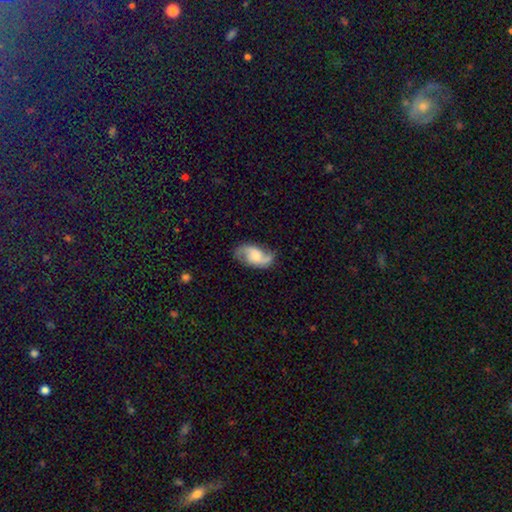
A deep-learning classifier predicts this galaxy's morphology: The model was most divided on "bulge size": moderate: 48%, small: 36%, large: 8%, none: 7%, dominant: 2%. More confident: edge-on disk — no (97%); spiral arms — yes (96%); spiral arm count — 2 (91%); smooth or featured — featured or disk (79%); merging — none (77%); bar — no (55%); spiral winding — loose (55%).